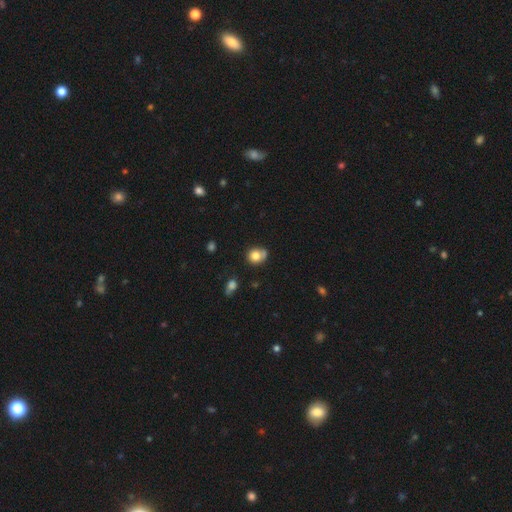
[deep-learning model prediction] This appears to be a smooth galaxy with no disk features (78%) that is round (75%). Merging: none (53%).